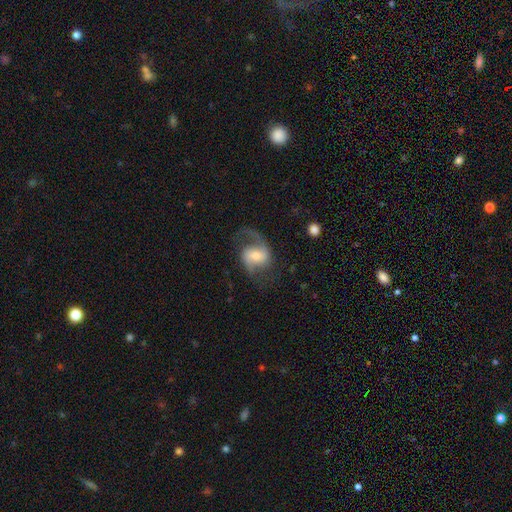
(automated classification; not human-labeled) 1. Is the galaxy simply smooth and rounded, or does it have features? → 79% featured or disk, 14% smooth, 6% star or artifact.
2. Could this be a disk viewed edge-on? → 97% no, 3% yes.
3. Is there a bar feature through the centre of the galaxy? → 44% weak, 37% no, 19% strong.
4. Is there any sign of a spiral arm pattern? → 95% yes, 5% no.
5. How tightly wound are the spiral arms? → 50% loose, 41% medium, 9% tight.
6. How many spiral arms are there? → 77% 2, 16% 1, 3% can't tell, 1% 3, 1% 4, 1% more than 4.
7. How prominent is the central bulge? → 53% moderate, 33% small, 9% large, 3% none, 2% dominant.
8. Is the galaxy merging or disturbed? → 63% none, 19% major disturbance, 17% minor disturbance, 2% merger.